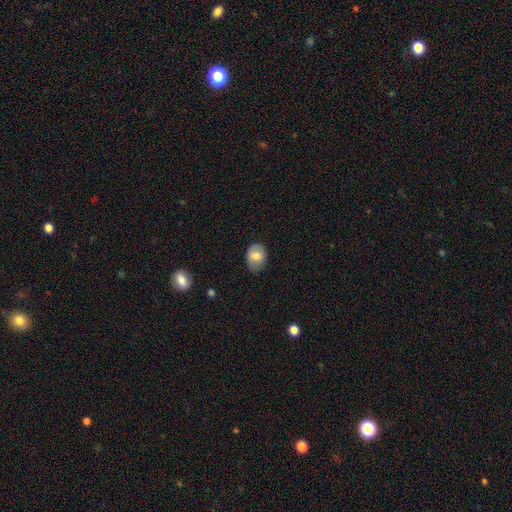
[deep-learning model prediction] smooth 76%, featured or disk 16%, star or artifact 8%. Down the decision tree: how rounded — in between (70%); merging — none (74%).